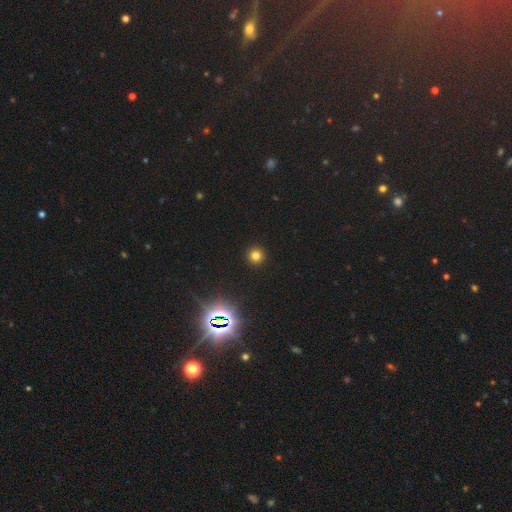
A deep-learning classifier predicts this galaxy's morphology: smooth_or_featured: smooth (p=0.75) [alt: star or artifact p=0.20]
how_rounded: round (p=0.95) [alt: in between p=0.04]
merging: none (p=0.93) [alt: minor disturbance p=0.04]